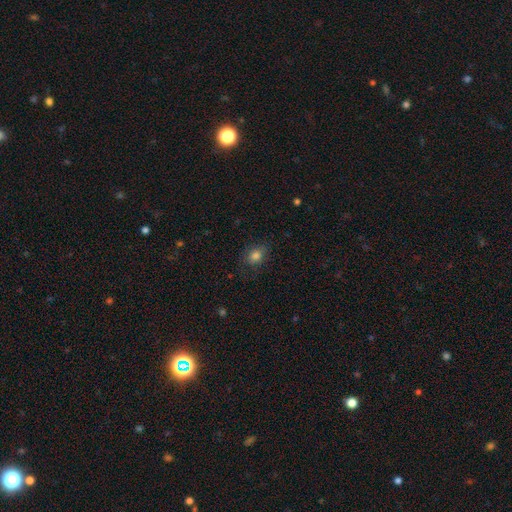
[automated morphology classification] Smooth or featured? Predicted: smooth (p=0.81). How rounded? Predicted: in between (p=0.62). Merging? Predicted: none (p=0.79).